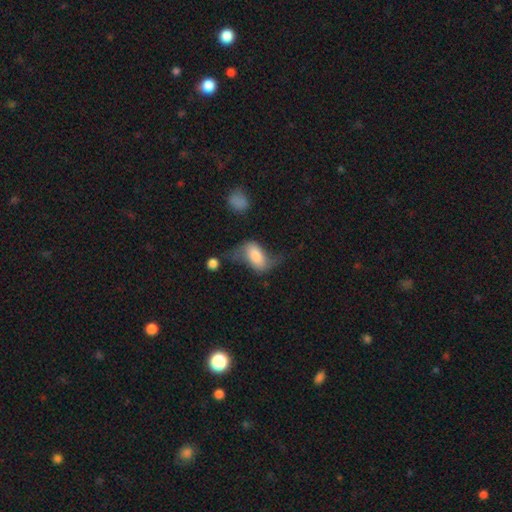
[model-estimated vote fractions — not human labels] smooth-or-featured: smooth: 52% | featured or disk: 40% | star or artifact: 8%
  how-rounded: in between: 90% | round: 6% | cigar-shaped: 4%
  merging: none: 35% | major disturbance: 31% | minor disturbance: 27% | merger: 8%